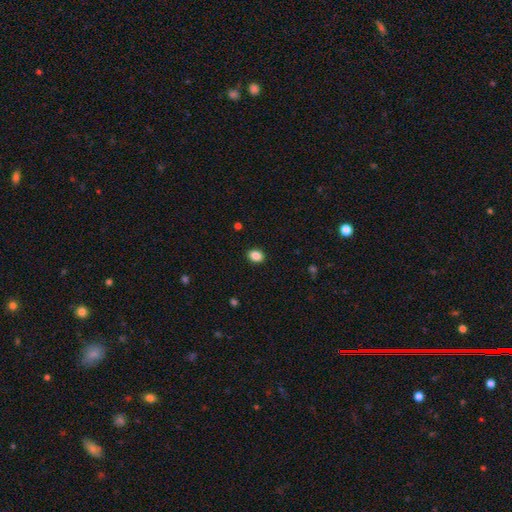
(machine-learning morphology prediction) Smooth or featured?
  - smooth: 87% *
  - star or artifact: 9%
  - featured or disk: 4%
How rounded?
  - in between: 63% *
  - round: 36%
  - cigar-shaped: 1%
Merging?
  - none: 90% *
  - minor disturbance: 7%
  - major disturbance: 2%
  - merger: 1%